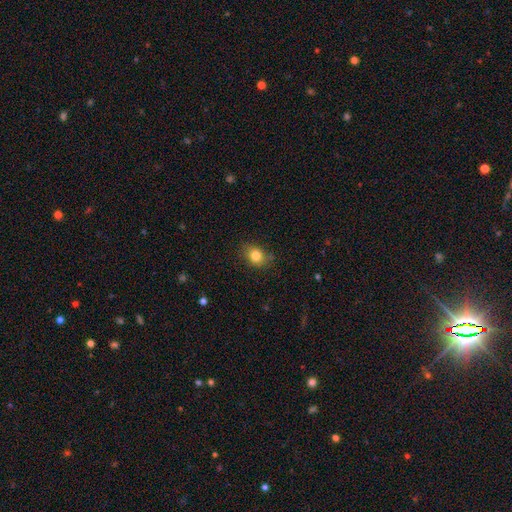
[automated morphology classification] Smooth or featured?
  - smooth: 81% *
  - star or artifact: 11%
  - featured or disk: 8%
How rounded?
  - round: 52% *
  - in between: 47%
  - cigar-shaped: 1%
Merging?
  - none: 78% *
  - minor disturbance: 17%
  - major disturbance: 4%
  - merger: 2%